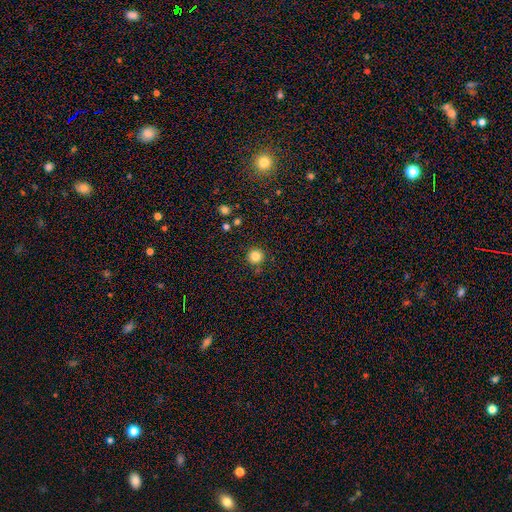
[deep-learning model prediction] smooth_or_featured: smooth (p=0.83) [alt: star or artifact p=0.12]
how_rounded: round (p=0.95) [alt: in between p=0.04]
merging: none (p=0.88) [alt: minor disturbance p=0.06]